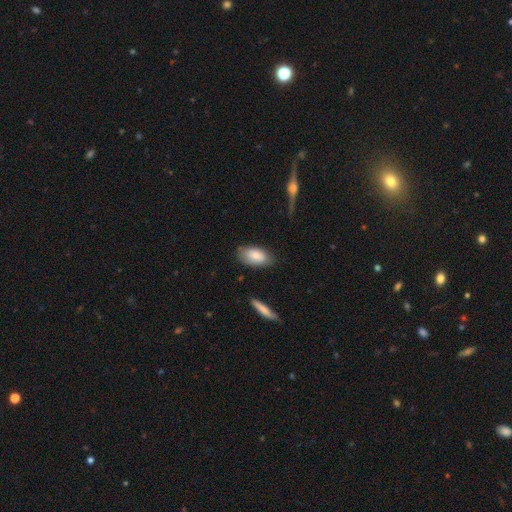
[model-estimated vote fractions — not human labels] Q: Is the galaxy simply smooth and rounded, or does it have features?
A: smooth — 81%.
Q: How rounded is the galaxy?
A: in between — 94%.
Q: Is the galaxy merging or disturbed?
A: none — 75%.